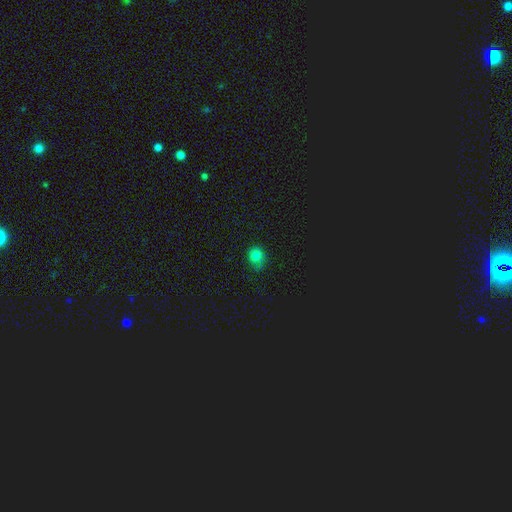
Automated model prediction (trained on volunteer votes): Smooth or featured?
  - smooth: 79% *
  - star or artifact: 16%
  - featured or disk: 5%
How rounded?
  - round: 66% *
  - in between: 33%
  - cigar-shaped: 1%
Merging?
  - none: 63% *
  - minor disturbance: 28%
  - major disturbance: 7%
  - merger: 2%